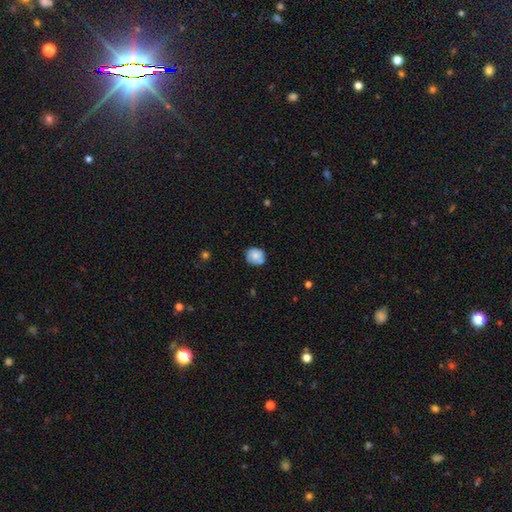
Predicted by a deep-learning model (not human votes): Morphology: type=smooth (75%); roundness=round (79%); merging=none (68%).